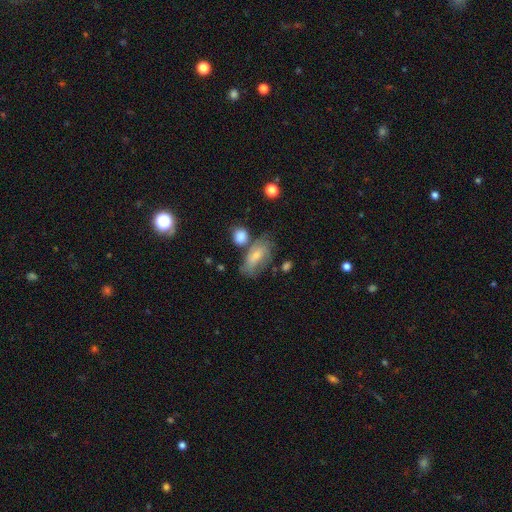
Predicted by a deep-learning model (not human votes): Smooth or featured? Predicted: smooth (p=0.51). How rounded? Predicted: in between (p=0.85). Merging? Predicted: none (p=0.46).